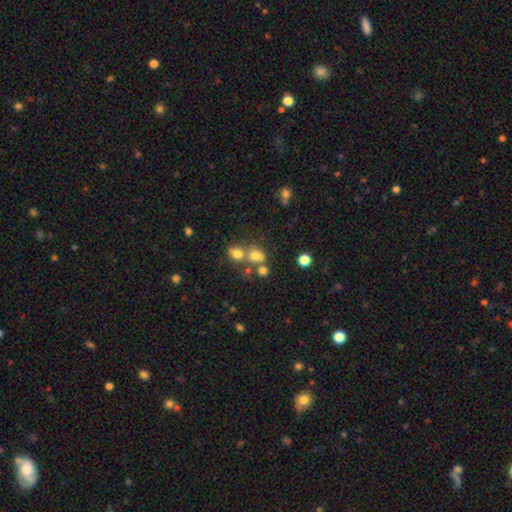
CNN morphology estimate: This appears to be a smooth galaxy with no disk features (66%) that is round (67%). Merging: merger (48%).